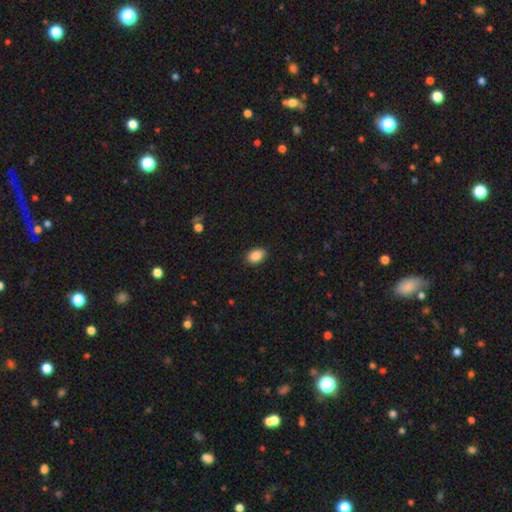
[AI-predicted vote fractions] Smooth or featured? Predicted: smooth (p=0.88). How rounded? Predicted: in between (p=0.86). Merging? Predicted: none (p=0.88).